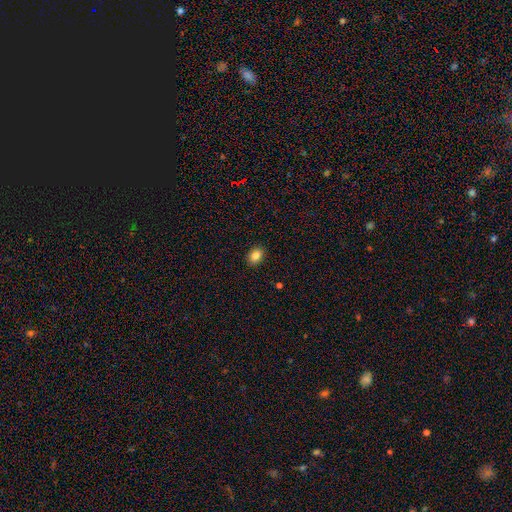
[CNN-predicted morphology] This appears to be a smooth galaxy with no disk features (85%) that is in between round and cigar-shaped (74%). Merging: none (90%).